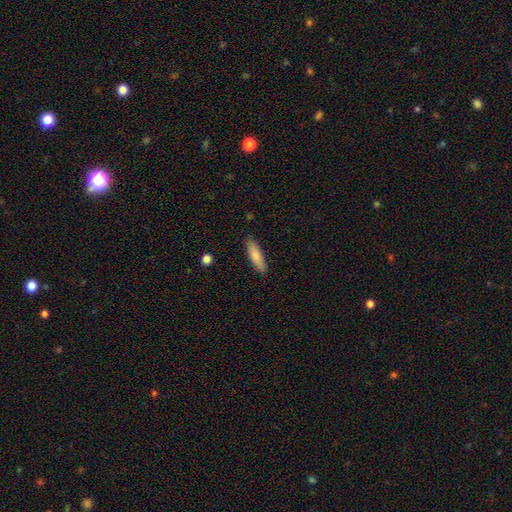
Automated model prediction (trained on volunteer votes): Smooth or featured: smooth — 78% (featured or disk — 16%)
How rounded: cigar-shaped — 62% (in between — 36%)
Merging: none — 87% (minor disturbance — 10%)